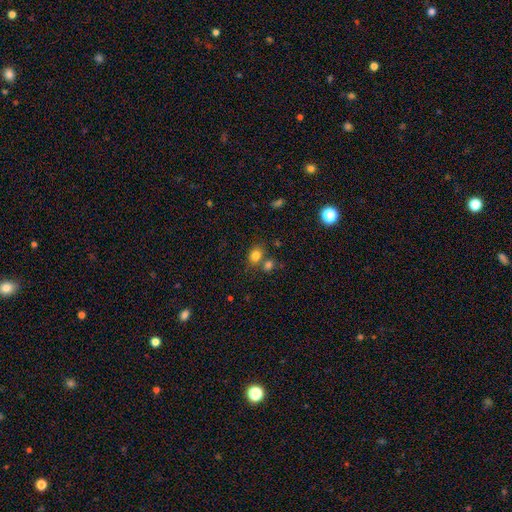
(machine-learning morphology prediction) smooth 80%, star or artifact 12%, featured or disk 8%. Down the decision tree: how rounded — in between (55%); merging — none (59%).